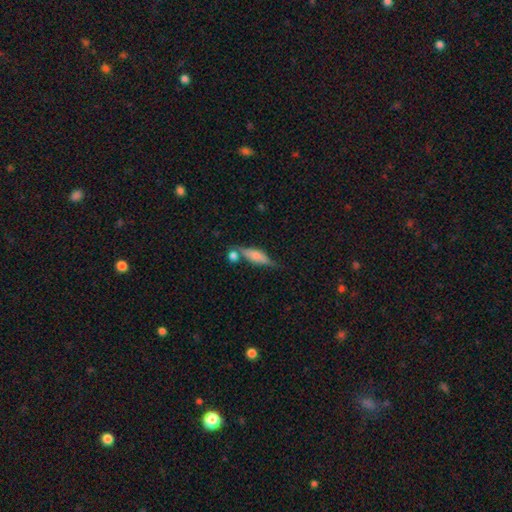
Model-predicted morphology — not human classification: This is possibly a smooth galaxy (54%). How rounded: possibly cigar-shaped (52%). Merging: possibly none (53%).